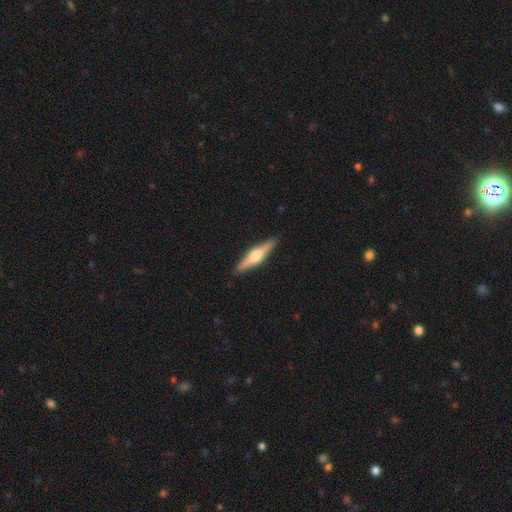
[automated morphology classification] A featured or disk galaxy (67%) viewed edge-on (97%) with a rounded central bulge (92%). Merging: none (91%).